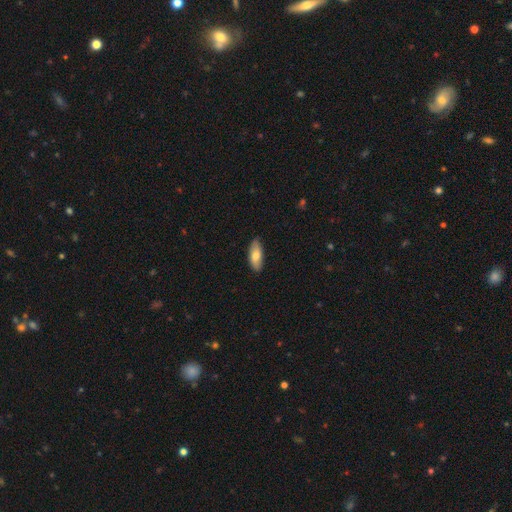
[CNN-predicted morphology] This appears to be a smooth galaxy with no disk features (75%) that is in between round and cigar-shaped (80%). Merging: none (86%).